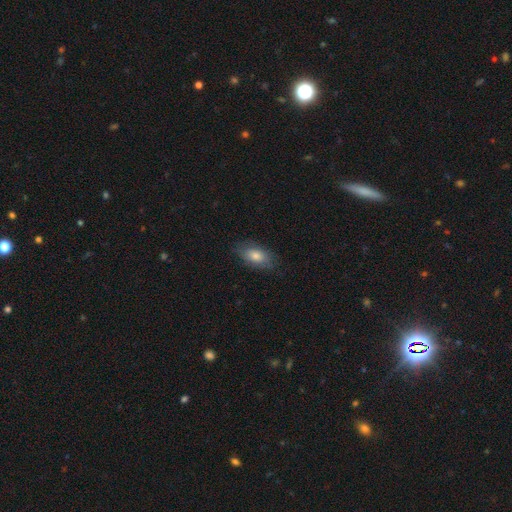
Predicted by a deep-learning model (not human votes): A smooth galaxy with no disk features (72%) that is in between round and cigar-shaped (89%). Merging: none (80%).